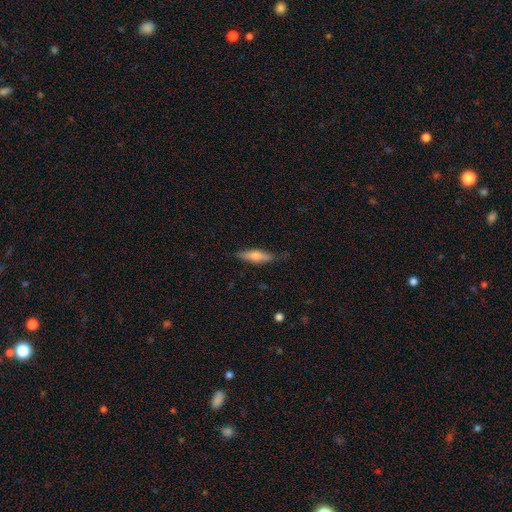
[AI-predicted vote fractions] This appears to be a smooth galaxy with no disk features (58%) that is cigar-shaped (70%). Merging: none (79%).